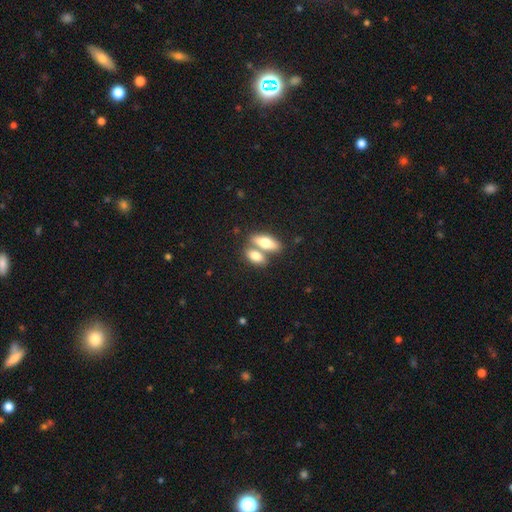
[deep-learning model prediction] Q: Smooth or featured?
A: smooth (75%); runner-up: featured or disk (20%)
Q: How rounded?
A: in between (79%); runner-up: cigar-shaped (15%)
Q: Merging?
A: merger (54%); runner-up: none (35%)